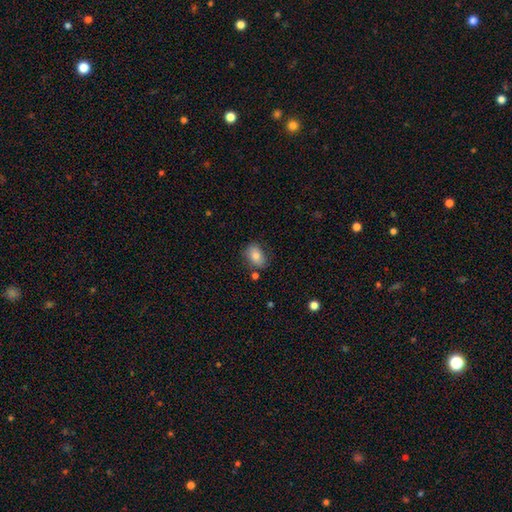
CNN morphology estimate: This appears to be a smooth galaxy with no disk features (77%) that is in between round and cigar-shaped (77%). Merging: none (72%).